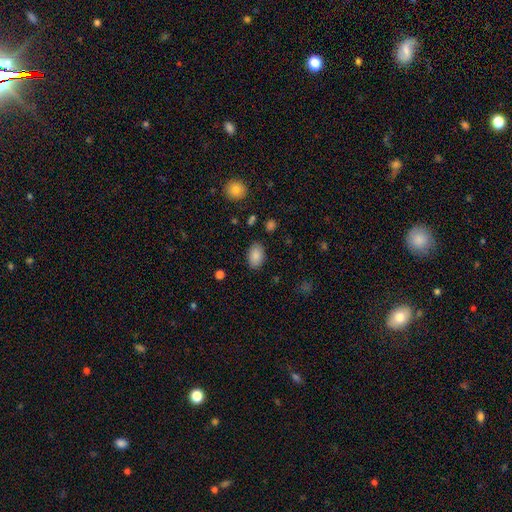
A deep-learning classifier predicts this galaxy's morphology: type=smooth (86%); roundness=in between (90%); merging=none (84%).